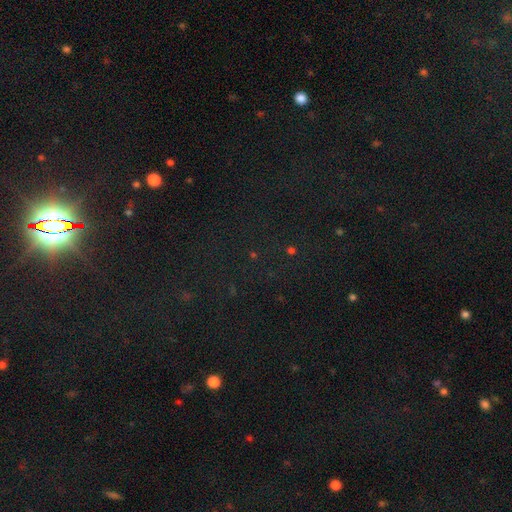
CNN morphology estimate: type=star or artifact (83%).